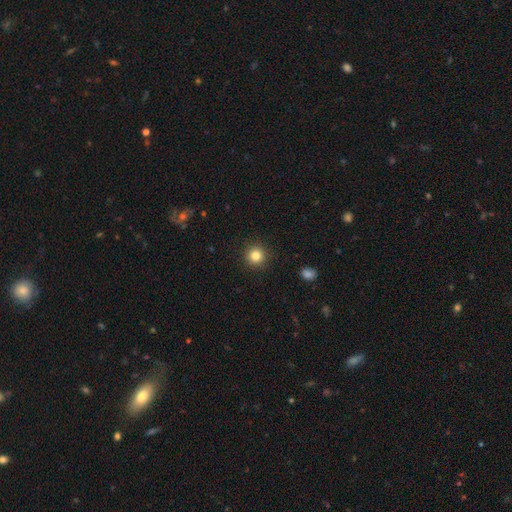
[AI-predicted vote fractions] This is clearly a smooth galaxy (83%). How rounded: clearly round (95%). Merging: clearly none (92%).